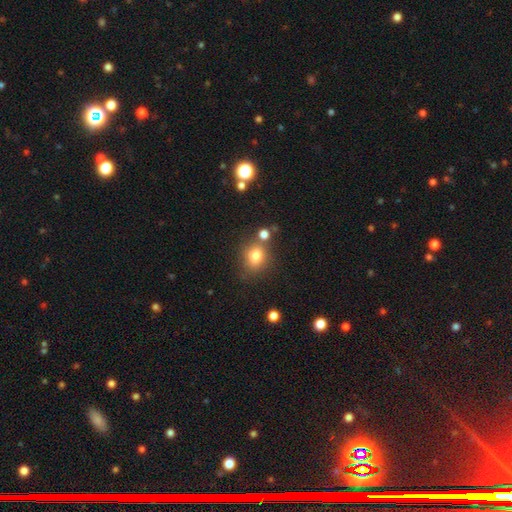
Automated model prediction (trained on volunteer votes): smooth-or-featured: smooth: 78% | star or artifact: 13% | featured or disk: 9%
  how-rounded: round: 60% | in between: 39% | cigar-shaped: 1%
  merging: none: 65% | merger: 15% | minor disturbance: 15% | major disturbance: 5%